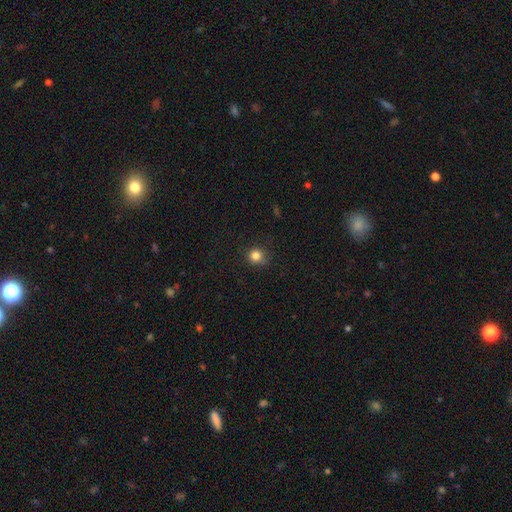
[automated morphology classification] This is clearly a smooth galaxy (83%). How rounded: clearly round (92%). Merging: clearly none (83%).